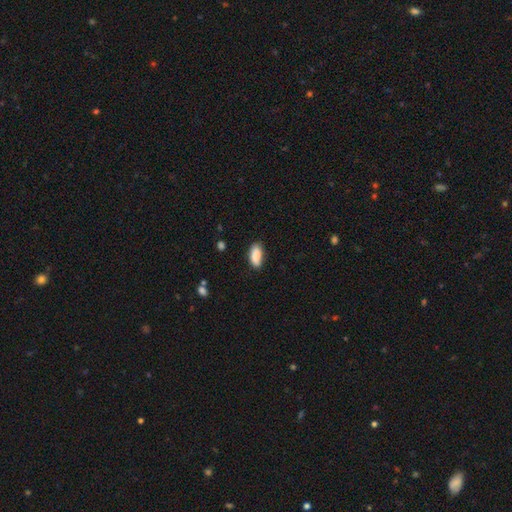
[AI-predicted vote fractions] Q: Smooth or featured?
A: smooth (88%); runner-up: star or artifact (7%)
Q: How rounded?
A: in between (90%); runner-up: cigar-shaped (8%)
Q: Merging?
A: none (77%); runner-up: minor disturbance (18%)